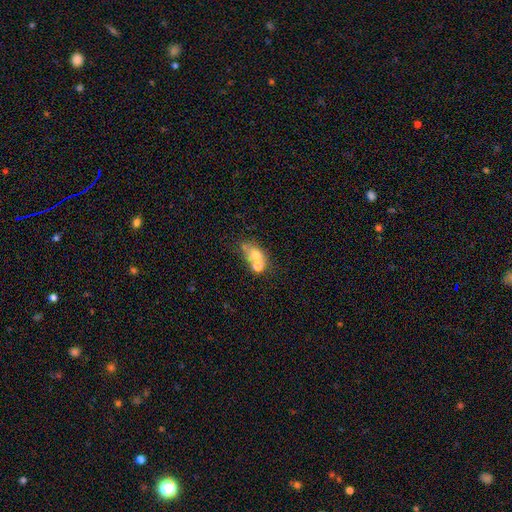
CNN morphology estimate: smooth-or-featured: smooth: 64% | featured or disk: 23% | star or artifact: 13%
  how-rounded: in between: 55% | round: 42% | cigar-shaped: 2%
  merging: merger: 47% | none: 38% | minor disturbance: 10% | major disturbance: 5%